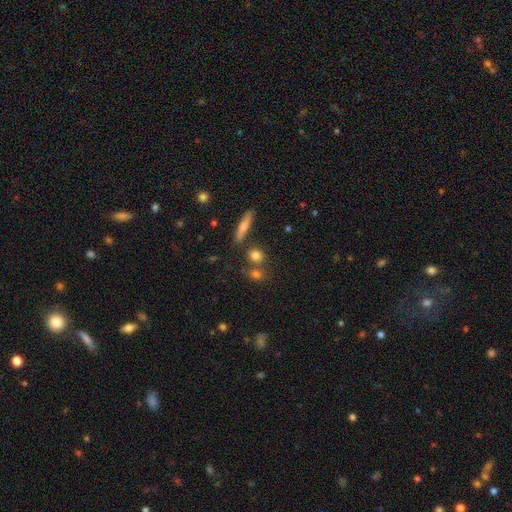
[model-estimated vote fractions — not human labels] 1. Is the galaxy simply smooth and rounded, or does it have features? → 77% smooth, 12% star or artifact, 11% featured or disk.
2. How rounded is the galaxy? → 66% round, 26% in between, 8% cigar-shaped.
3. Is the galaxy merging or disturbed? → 63% none, 23% merger, 10% minor disturbance, 4% major disturbance.